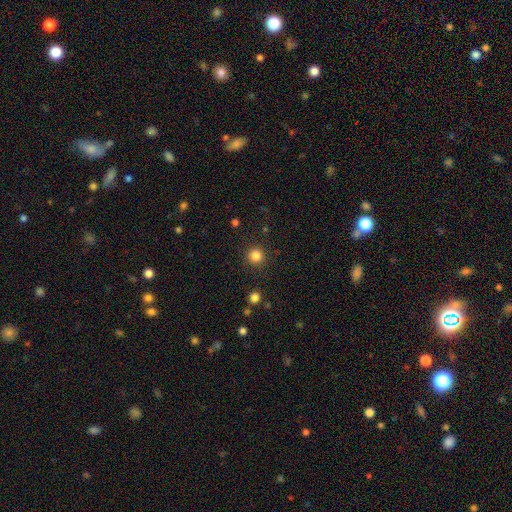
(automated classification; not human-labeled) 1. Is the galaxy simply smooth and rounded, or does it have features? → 83% smooth, 13% star or artifact, 4% featured or disk.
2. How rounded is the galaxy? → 95% round, 5% in between, 1% cigar-shaped.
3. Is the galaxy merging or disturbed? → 91% none, 5% minor disturbance, 2% major disturbance, 1% merger.